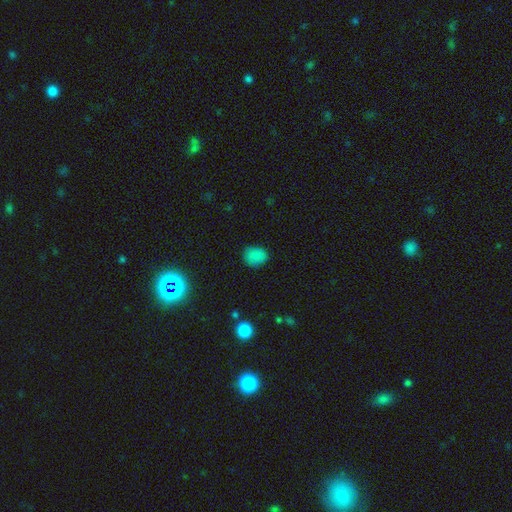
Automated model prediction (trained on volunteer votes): This appears to be a smooth galaxy with no disk features (83%) that is round (64%). Merging: none (82%).